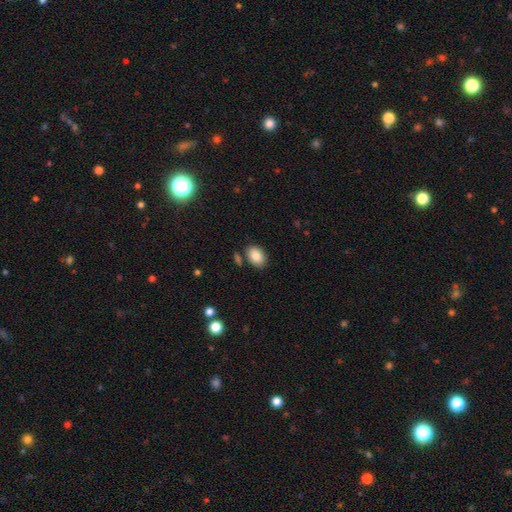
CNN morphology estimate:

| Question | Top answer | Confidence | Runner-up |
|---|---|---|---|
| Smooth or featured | smooth | 84% | featured or disk (8%) |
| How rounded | in between | 82% | round (17%) |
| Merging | none | 79% | minor disturbance (11%) |